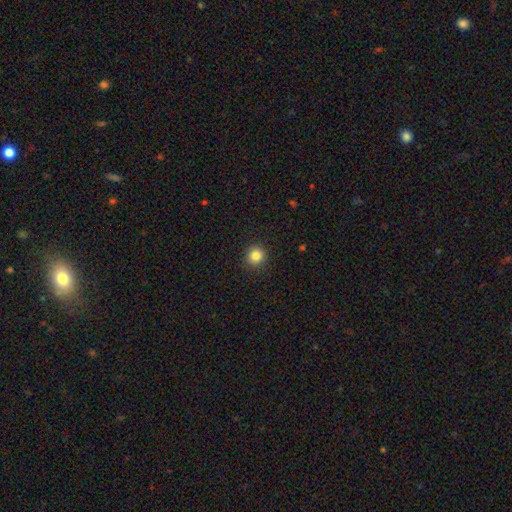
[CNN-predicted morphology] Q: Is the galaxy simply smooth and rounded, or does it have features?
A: smooth — 84%.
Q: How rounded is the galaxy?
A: round — 93%.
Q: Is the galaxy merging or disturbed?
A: none — 92%.